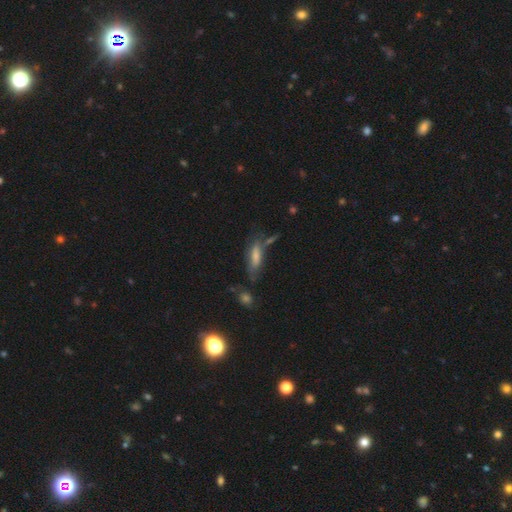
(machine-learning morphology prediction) This appears to be a smooth galaxy with no disk features (61%) that is in between round and cigar-shaped (49%). Merging: none (49%).